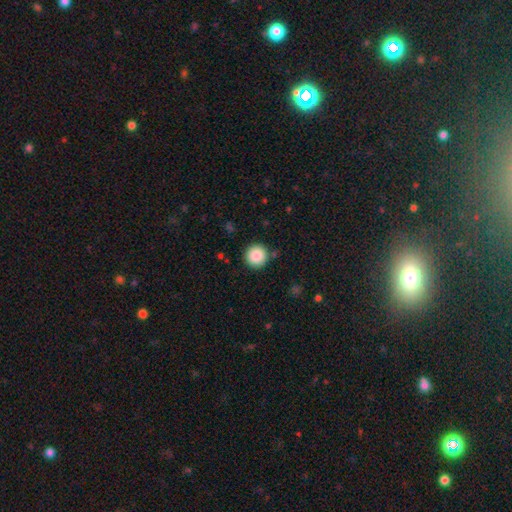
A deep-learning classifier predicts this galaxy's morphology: Smooth or featured: smooth — 87% (star or artifact — 9%)
How rounded: round — 96% (in between — 3%)
Merging: none — 90% (minor disturbance — 6%)